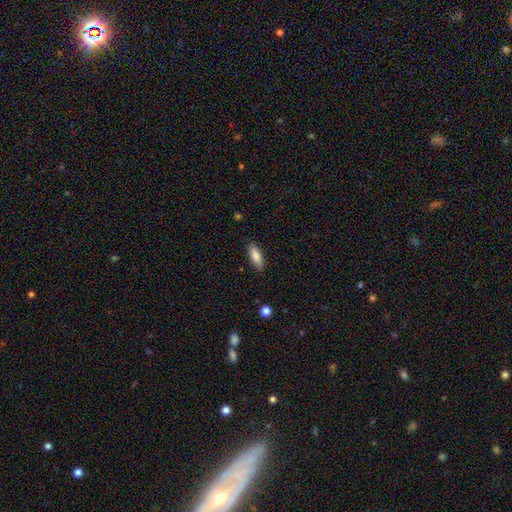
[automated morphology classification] smooth_or_featured: smooth (p=0.85) [alt: featured or disk p=0.09]
how_rounded: in between (p=0.68) [alt: cigar-shaped p=0.30]
merging: none (p=0.88) [alt: minor disturbance p=0.09]